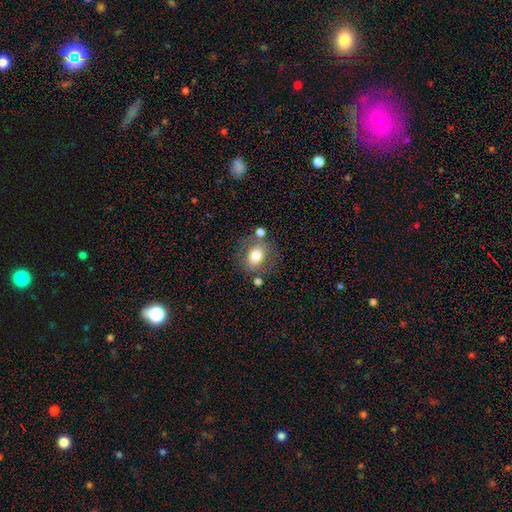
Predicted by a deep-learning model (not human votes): Q: Smooth or featured?
A: smooth (72%); runner-up: featured or disk (19%)
Q: How rounded?
A: round (57%); runner-up: in between (42%)
Q: Merging?
A: none (68%); runner-up: minor disturbance (15%)